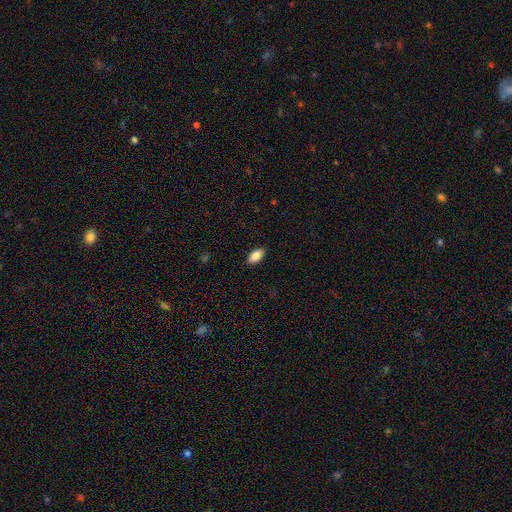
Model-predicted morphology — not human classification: This is clearly a smooth galaxy (87%). How rounded: clearly in between (92%). Merging: clearly none (89%).